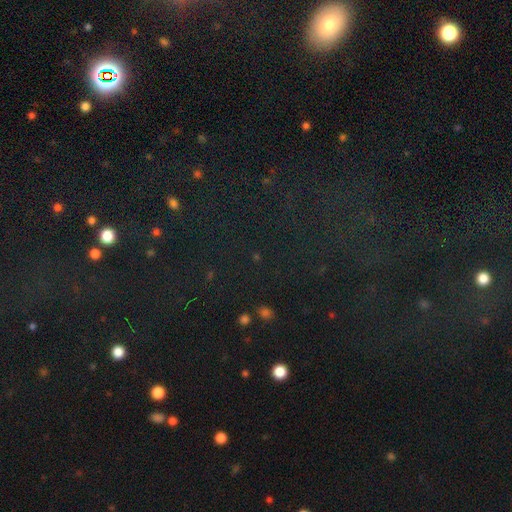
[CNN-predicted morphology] Overall: star or artifact (64%; smooth 24%).